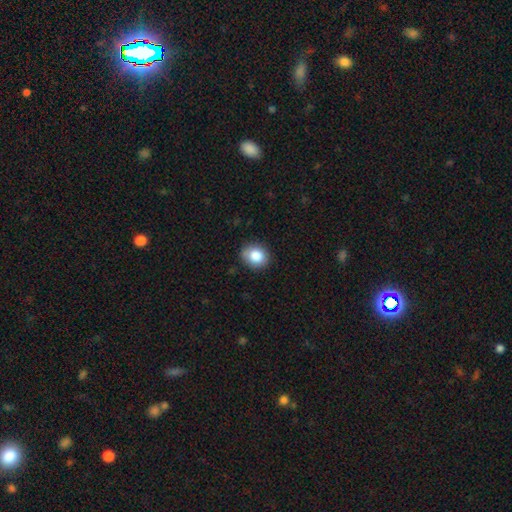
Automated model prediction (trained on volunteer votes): Smooth or featured?
  - smooth: 85% *
  - star or artifact: 9%
  - featured or disk: 6%
How rounded?
  - round: 67% *
  - in between: 33%
  - cigar-shaped: 1%
Merging?
  - none: 84% *
  - minor disturbance: 13%
  - major disturbance: 3%
  - merger: 1%